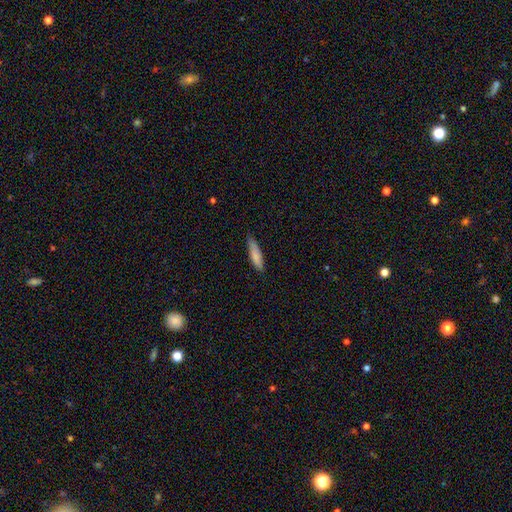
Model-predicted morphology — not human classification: This is clearly a smooth galaxy (82%). How rounded: likely cigar-shaped (74%). Merging: clearly none (82%).